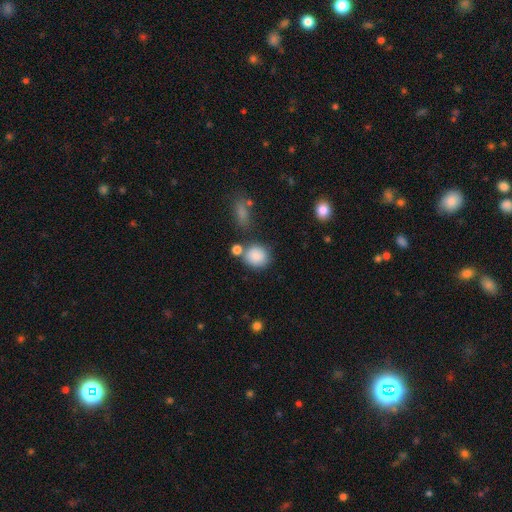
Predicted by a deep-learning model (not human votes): smooth_or_featured: smooth (p=0.86) [alt: star or artifact p=0.08]
how_rounded: round (p=0.74) [alt: in between p=0.24]
merging: none (p=0.65) [alt: merger p=0.17]